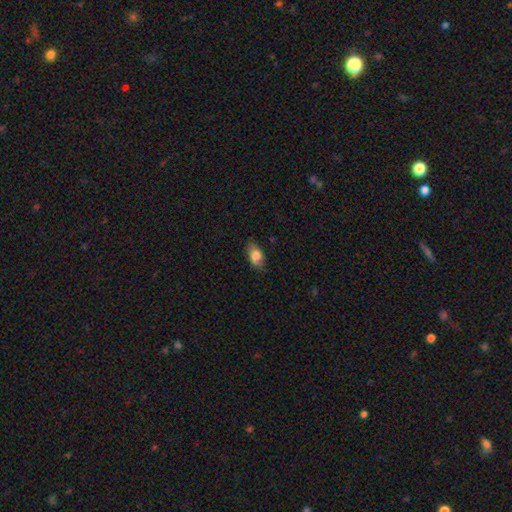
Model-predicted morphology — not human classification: This appears to be a smooth galaxy with no disk features (82%) that is in between round and cigar-shaped (87%). Merging: none (79%).